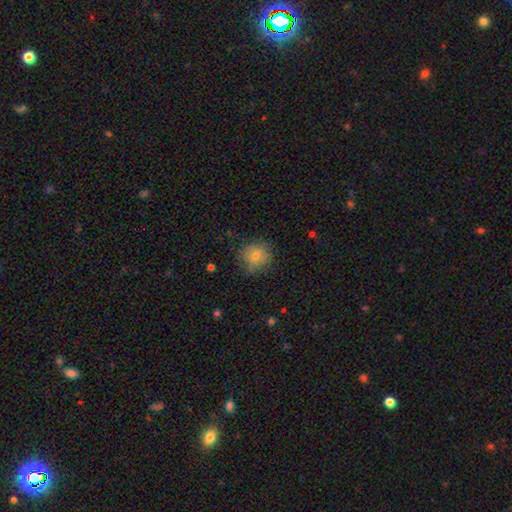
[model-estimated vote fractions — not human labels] This is likely a smooth galaxy (71%). How rounded: clearly round (82%). Merging: likely none (76%).